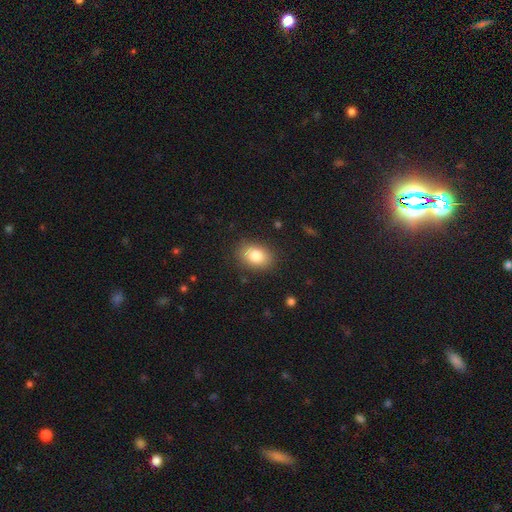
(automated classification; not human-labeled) smooth_or_featured: smooth (p=0.83) [alt: featured or disk p=0.09]
how_rounded: in between (p=0.81) [alt: round p=0.18]
merging: none (p=0.85) [alt: minor disturbance p=0.11]